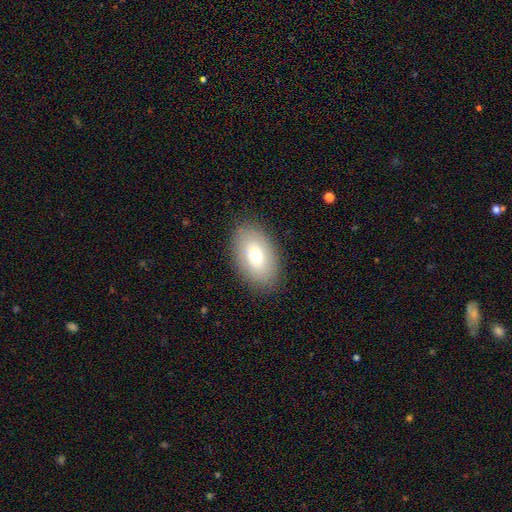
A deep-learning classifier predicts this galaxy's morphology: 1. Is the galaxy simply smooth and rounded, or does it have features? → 71% smooth, 21% featured or disk, 8% star or artifact.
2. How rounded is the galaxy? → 91% in between, 7% round, 1% cigar-shaped.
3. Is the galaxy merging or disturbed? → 87% none, 9% minor disturbance, 3% major disturbance, 1% merger.